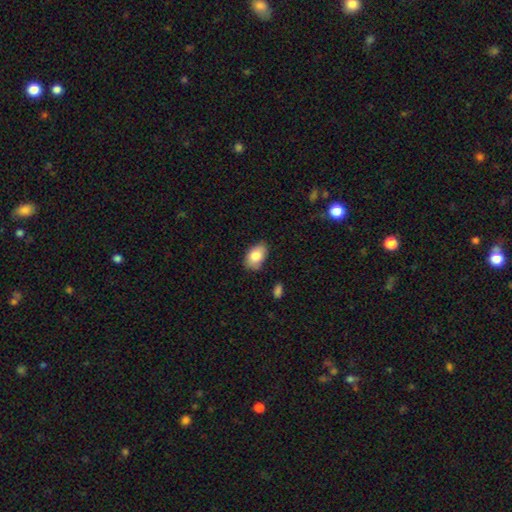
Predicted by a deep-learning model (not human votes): Overall: smooth (81%). How rounded: in between (90%). Merging: none (77%).